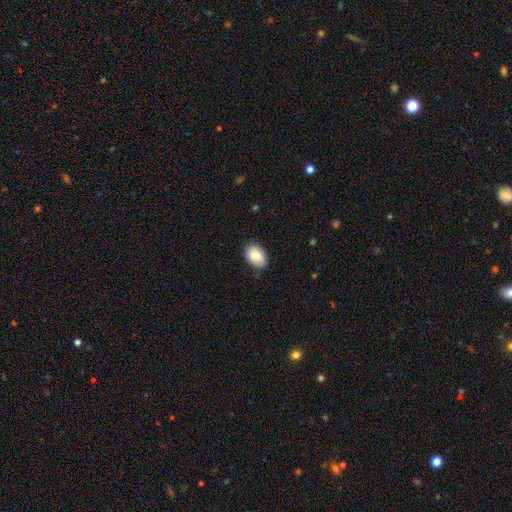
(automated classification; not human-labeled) Overall: smooth (80%). How rounded: in between (82%). Merging: none (80%).